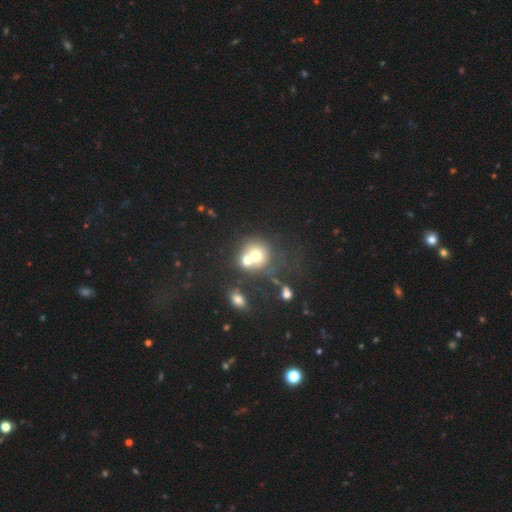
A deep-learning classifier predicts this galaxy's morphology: smooth_or_featured: smooth (p=0.64) [alt: featured or disk p=0.22]
how_rounded: round (p=0.81) [alt: in between p=0.18]
merging: merger (p=0.57) [alt: none p=0.30]